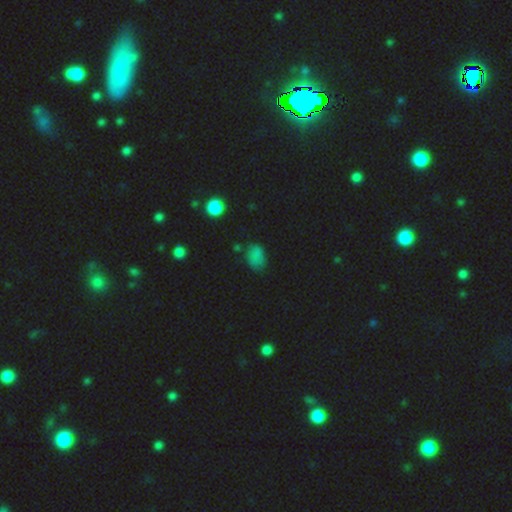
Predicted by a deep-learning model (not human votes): smooth 66%, star or artifact 25%, featured or disk 9%. Down the decision tree: how rounded — in between (73%); merging — none (59%).